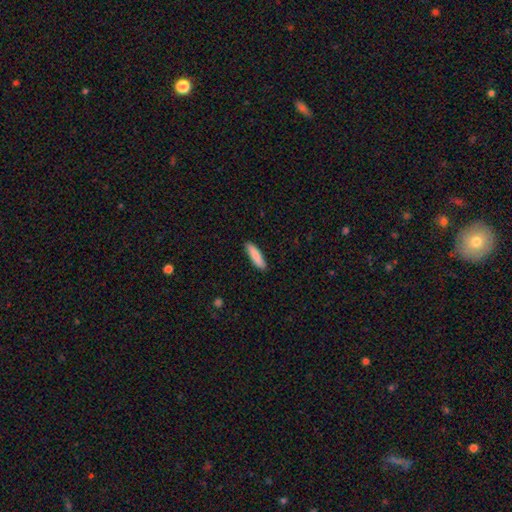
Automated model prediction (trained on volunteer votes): Q: Smooth or featured?
A: smooth (87%); runner-up: featured or disk (8%)
Q: How rounded?
A: cigar-shaped (74%); runner-up: in between (25%)
Q: Merging?
A: none (89%); runner-up: minor disturbance (8%)